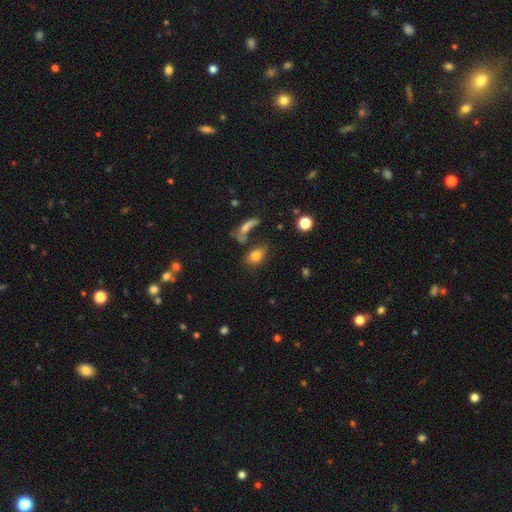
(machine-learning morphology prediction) Overall: smooth (77%). How rounded: in between (79%). Merging: none (46%; merger 23%).